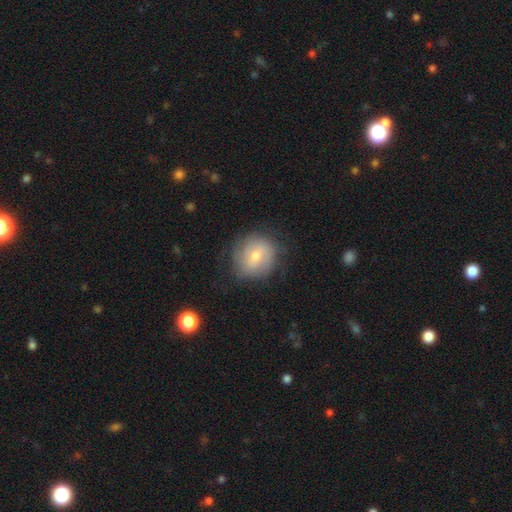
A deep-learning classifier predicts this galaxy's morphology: Smooth or featured: smooth — 54% (featured or disk — 37%)
How rounded: round — 82% (in between — 17%)
Merging: none — 72% (minor disturbance — 19%)